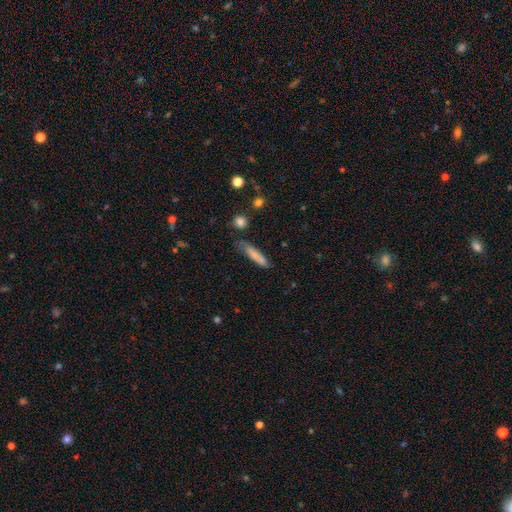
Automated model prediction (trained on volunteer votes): This is likely a smooth galaxy (77%). How rounded: clearly cigar-shaped (83%). Merging: likely none (65%).